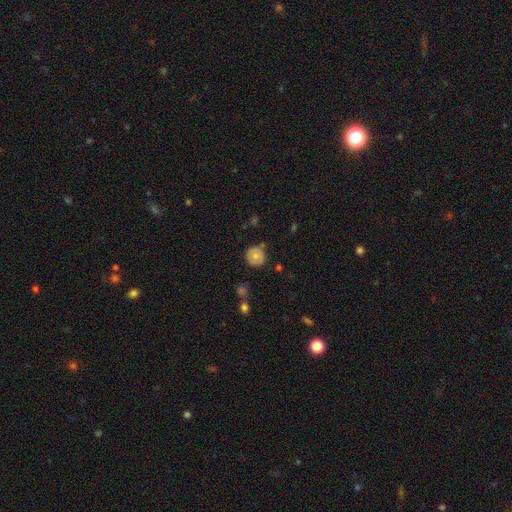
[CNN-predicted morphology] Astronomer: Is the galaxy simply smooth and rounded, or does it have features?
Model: smooth — 68%.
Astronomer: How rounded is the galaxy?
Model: round — 92%.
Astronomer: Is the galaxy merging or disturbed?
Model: none — 80%.